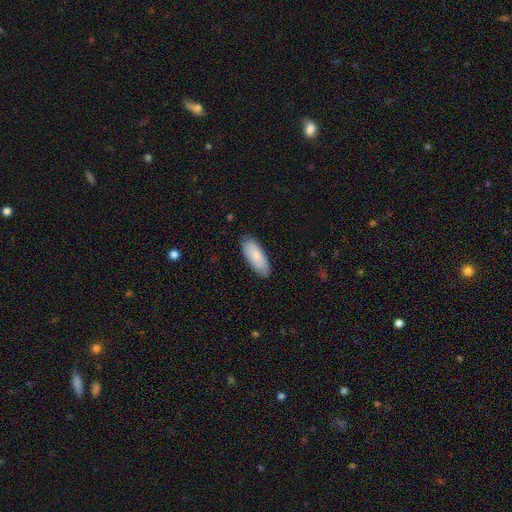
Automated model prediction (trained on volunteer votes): smooth_or_featured: smooth (p=0.85) [alt: featured or disk p=0.10]
how_rounded: in between (p=0.77) [alt: cigar-shaped p=0.21]
merging: none (p=0.85) [alt: minor disturbance p=0.12]